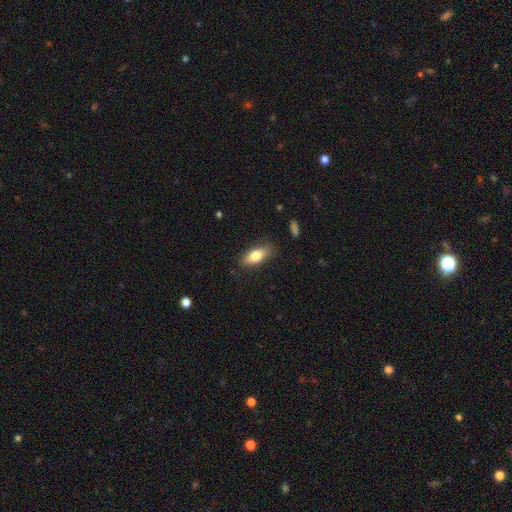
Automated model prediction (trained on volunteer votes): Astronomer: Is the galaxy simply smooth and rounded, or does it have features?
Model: smooth — 78%.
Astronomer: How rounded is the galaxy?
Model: in between — 82%.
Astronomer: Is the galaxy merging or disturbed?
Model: none — 83%.